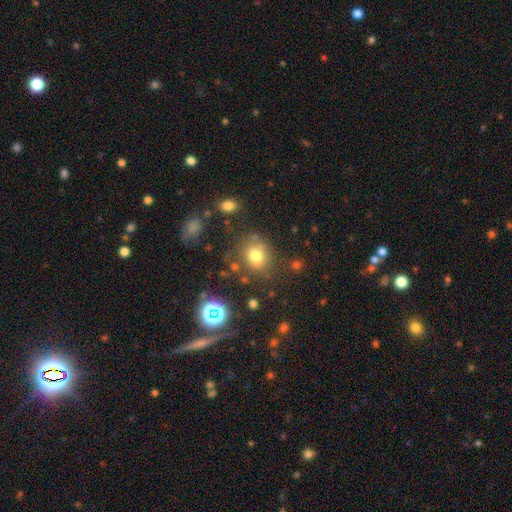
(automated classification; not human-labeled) Smooth or featured? smooth (74%)
How rounded? round (73%)
Merging? none (72%)